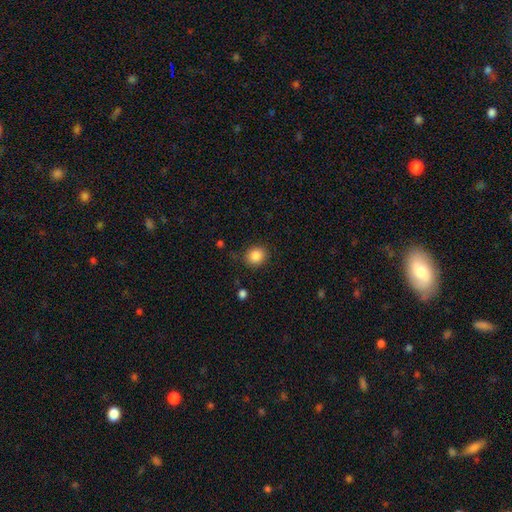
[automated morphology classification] This appears to be a smooth galaxy with no disk features (86%) that is round (77%). Merging: none (86%).